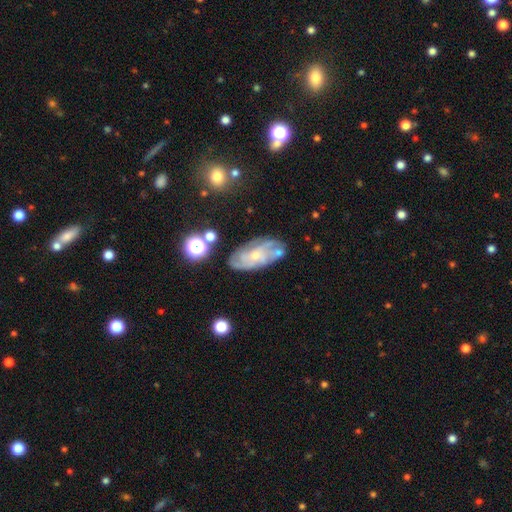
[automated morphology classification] smooth_or_featured: featured or disk (p=0.73) [alt: smooth p=0.18]
disk_edge_on: no (p=0.94) [alt: yes p=0.06]
bar: no (p=0.72) [alt: weak p=0.24]
has_spiral_arms: yes (p=0.87) [alt: no p=0.13]
spiral_winding: tight (p=0.48) [alt: medium p=0.38]
spiral_arm_count: can't tell (p=0.43) [alt: 3 p=0.18]
bulge_size: small (p=0.66) [alt: moderate p=0.27]
merging: none (p=0.68) [alt: minor disturbance p=0.20]